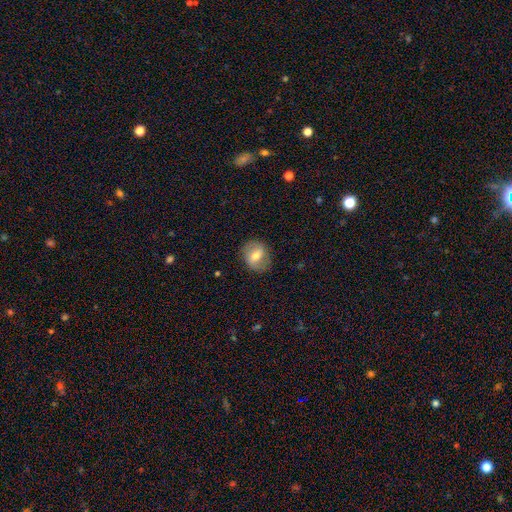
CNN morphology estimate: Q: Smooth or featured?
A: smooth (54%); runner-up: featured or disk (38%)
Q: How rounded?
A: round (64%); runner-up: in between (34%)
Q: Merging?
A: none (82%); runner-up: minor disturbance (13%)